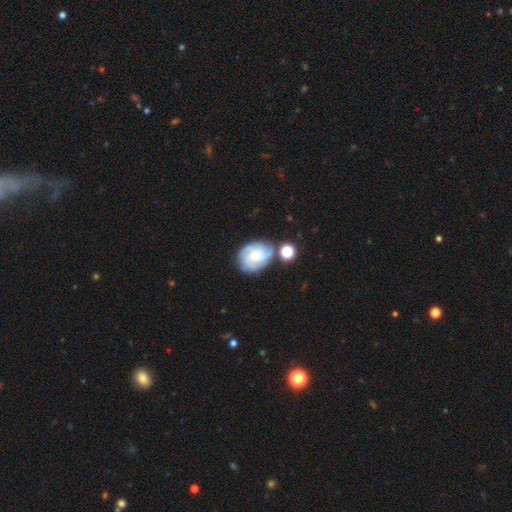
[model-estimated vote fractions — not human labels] Morphology: type=featured or disk (59%); edge-on=no (97%); bar=no (73%); spiral arms=yes (89%); winding=tight (55%); arm count=can't tell (32%); bulge=small (50%); merging=none (59%).